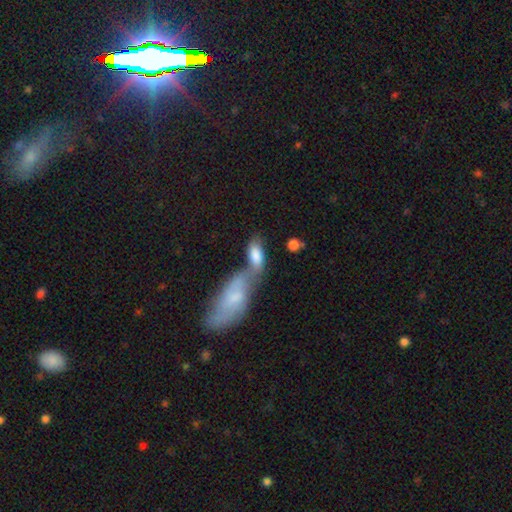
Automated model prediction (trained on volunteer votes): smooth-or-featured: smooth: 78% | featured or disk: 16% | star or artifact: 7%
  how-rounded: in between: 86% | cigar-shaped: 11% | round: 3%
  merging: merger: 62% | none: 21% | minor disturbance: 10% | major disturbance: 7%